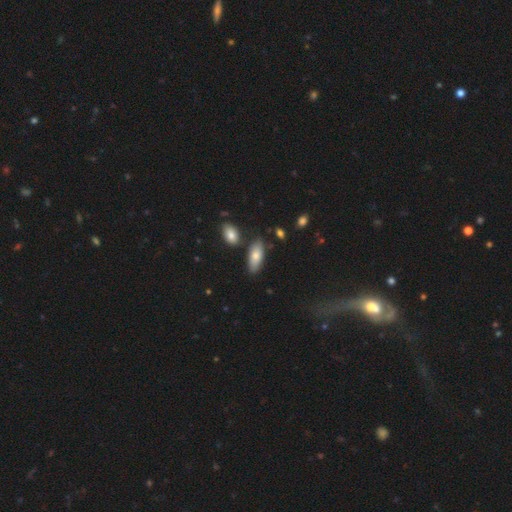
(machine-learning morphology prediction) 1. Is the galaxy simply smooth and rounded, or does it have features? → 76% smooth, 17% featured or disk, 7% star or artifact.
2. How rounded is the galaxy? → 81% in between, 16% cigar-shaped, 3% round.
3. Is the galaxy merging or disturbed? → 77% none, 13% minor disturbance, 7% merger, 3% major disturbance.